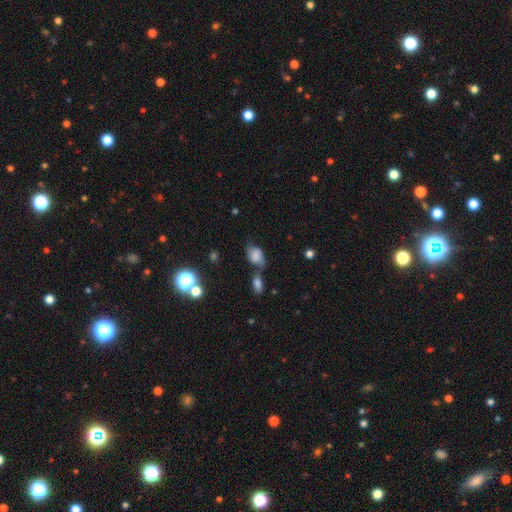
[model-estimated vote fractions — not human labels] Q: Smooth or featured?
A: smooth (65%); runner-up: featured or disk (21%)
Q: How rounded?
A: in between (77%); runner-up: round (21%)
Q: Merging?
A: none (40%); runner-up: merger (25%)